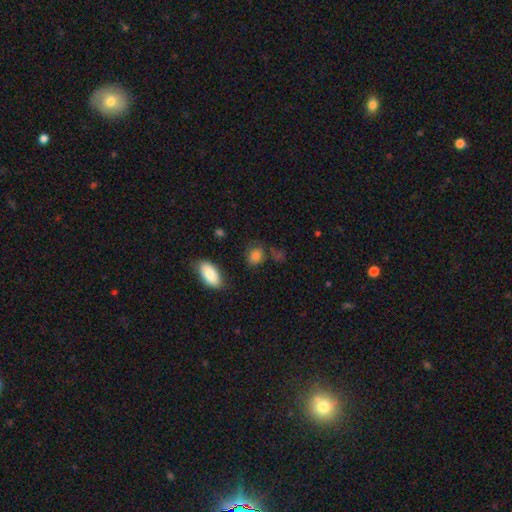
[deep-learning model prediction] Smooth or featured? Predicted: smooth (p=0.82). How rounded? Predicted: in between (p=0.51). Merging? Predicted: none (p=0.65).